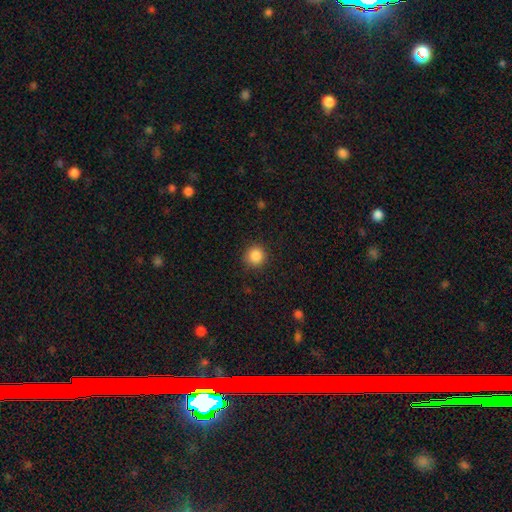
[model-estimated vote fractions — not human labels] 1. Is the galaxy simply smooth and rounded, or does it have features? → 86% smooth, 10% star or artifact, 4% featured or disk.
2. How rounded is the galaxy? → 94% round, 5% in between, 1% cigar-shaped.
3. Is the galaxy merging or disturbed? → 90% none, 7% minor disturbance, 2% major disturbance, 1% merger.